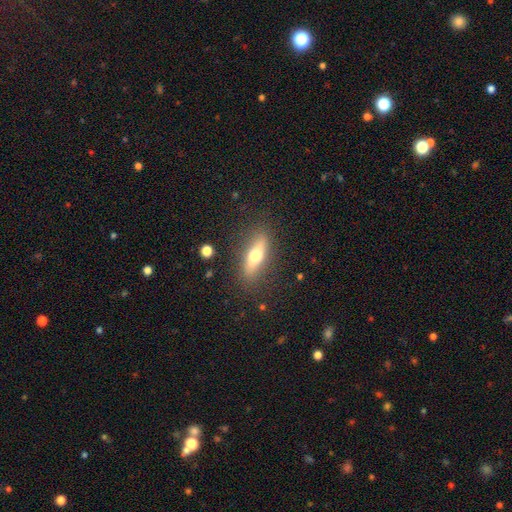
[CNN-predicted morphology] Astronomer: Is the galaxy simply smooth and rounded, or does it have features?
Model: smooth — 53% (runner-up: featured or disk, 40%).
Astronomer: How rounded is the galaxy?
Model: cigar-shaped — 54% (runner-up: in between, 42%).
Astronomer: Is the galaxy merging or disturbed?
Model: none — 84%.